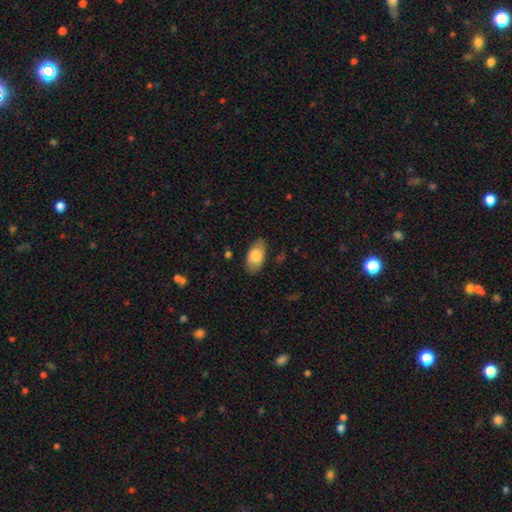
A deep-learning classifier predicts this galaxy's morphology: Smooth or featured? smooth (80%)
How rounded? in between (94%)
Merging? none (81%)